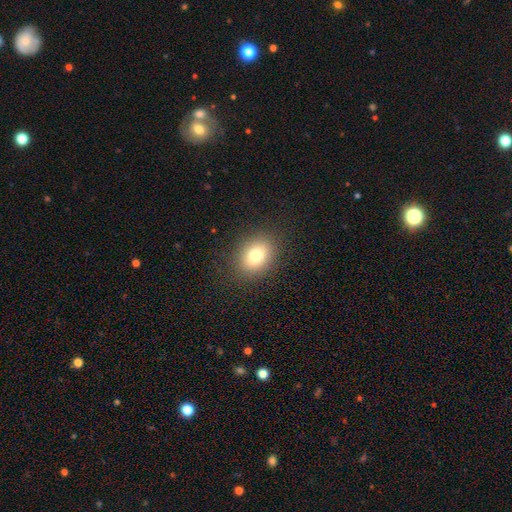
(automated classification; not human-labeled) Smooth or featured: smooth — 78% (star or artifact — 12%)
How rounded: in between — 58% (round — 41%)
Merging: none — 87% (minor disturbance — 9%)